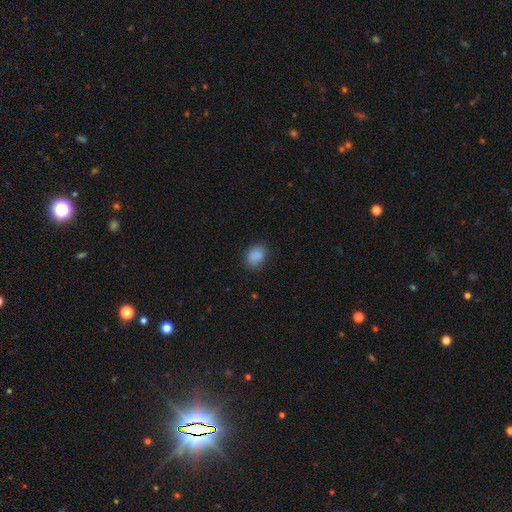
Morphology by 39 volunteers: A smooth galaxy with no disk features (92%) that is in between round and cigar-shaped (61%).

Vote fractions:
- Smooth or featured? smooth: 92% / star or artifact: 5% / featured or disk: 3%
- How rounded? in between: 61% / round: 39% / cigar-shaped: 0%
- Merging? none: 78% / minor disturbance: 14% / major disturbance: 8% / merger: 0%